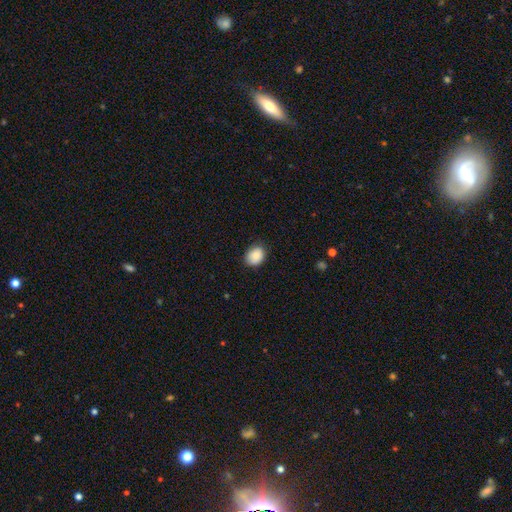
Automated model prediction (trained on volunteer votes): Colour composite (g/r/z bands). It shows a smooth galaxy with no disk features (87%) that is in between round and cigar-shaped (51%). Merging: none (80%).